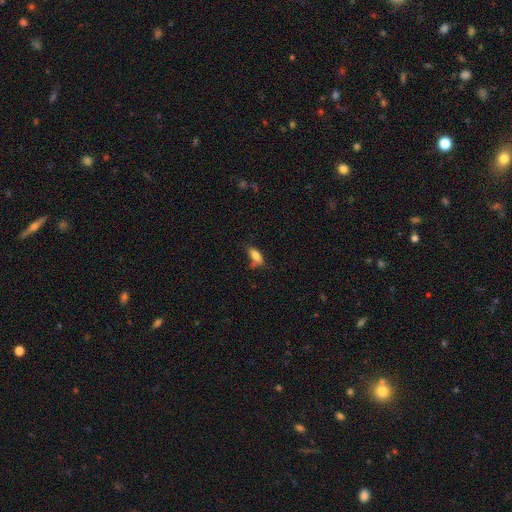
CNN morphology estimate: The model was most divided on "merging": none: 55%, minor disturbance: 27%, major disturbance: 10%, merger: 8%. More confident: smooth or featured — smooth (78%); how rounded — in between (75%).